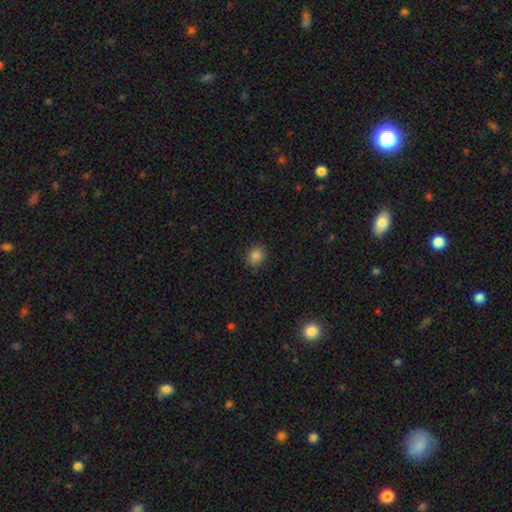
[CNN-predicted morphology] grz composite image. It shows a smooth galaxy with no disk features (83%) that is round (71%). Merging: none (87%).